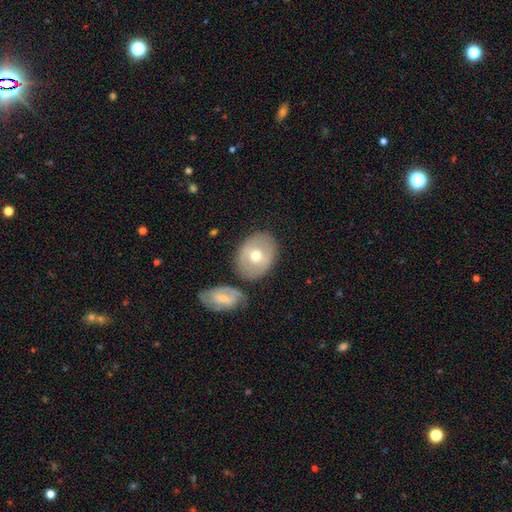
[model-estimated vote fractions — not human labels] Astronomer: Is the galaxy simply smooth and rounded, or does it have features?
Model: smooth — 52% (runner-up: featured or disk, 41%).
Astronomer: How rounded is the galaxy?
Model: in between — 57% (runner-up: round, 42%).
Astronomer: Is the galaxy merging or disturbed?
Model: none — 71%.